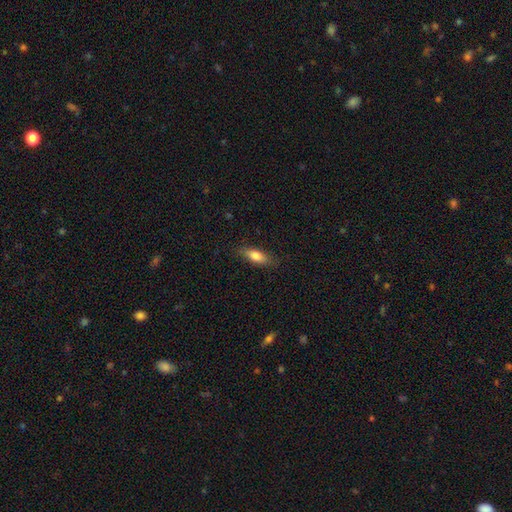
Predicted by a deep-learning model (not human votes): Overall: smooth (75%). How rounded: in between (64%; cigar-shaped 33%). Merging: none (83%).